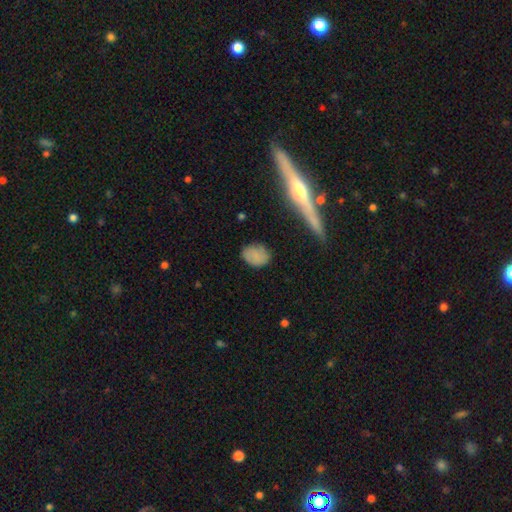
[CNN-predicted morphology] A smooth galaxy with no disk features (79%) that is in between round and cigar-shaped (64%). Merging: none (80%).